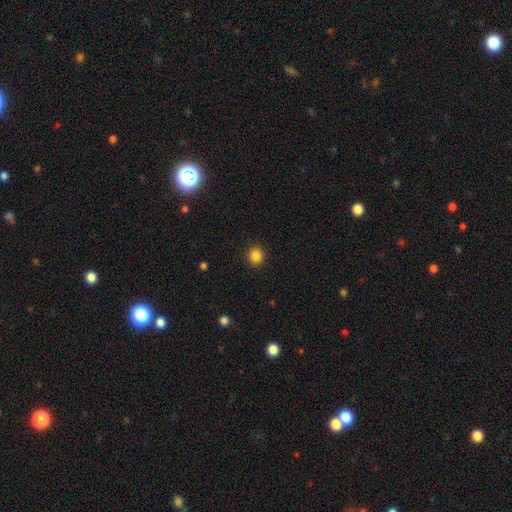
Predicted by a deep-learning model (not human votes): A smooth galaxy with no disk features (85%) that is round (88%). Merging: none (92%).